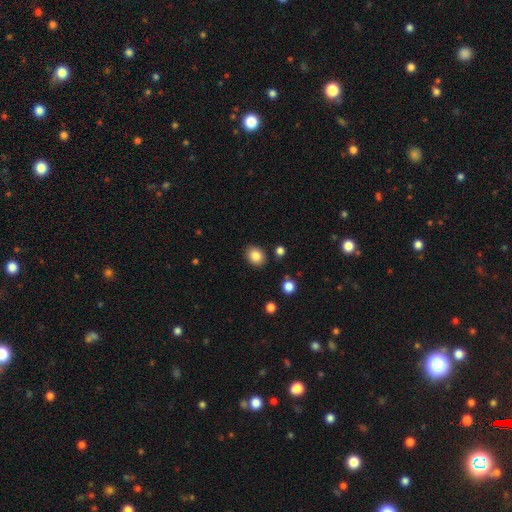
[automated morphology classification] Smooth or featured? Predicted: smooth (p=0.84). How rounded? Predicted: round (p=0.52). Merging? Predicted: none (p=0.86).